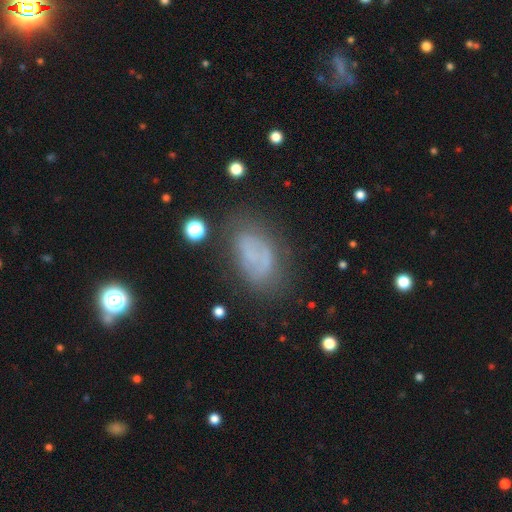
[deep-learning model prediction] The model was most divided on "smooth or featured": smooth: 55%, featured or disk: 31%, star or artifact: 15%. More confident: how rounded — in between (89%); merging — none (58%).